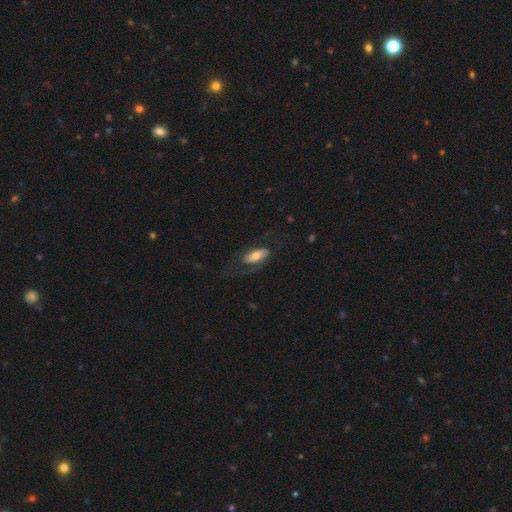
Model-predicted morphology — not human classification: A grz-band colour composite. It shows a smooth galaxy with no disk features (56%) that is in between round and cigar-shaped (86%). Merging: none (51%).